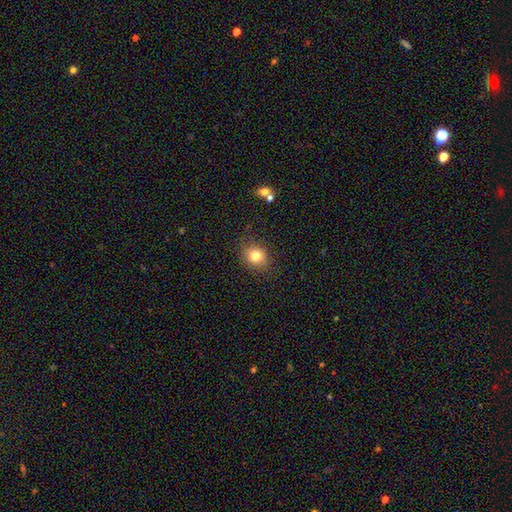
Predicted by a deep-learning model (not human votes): Overall: smooth (79%). How rounded: round (69%; in between 30%). Merging: none (85%).